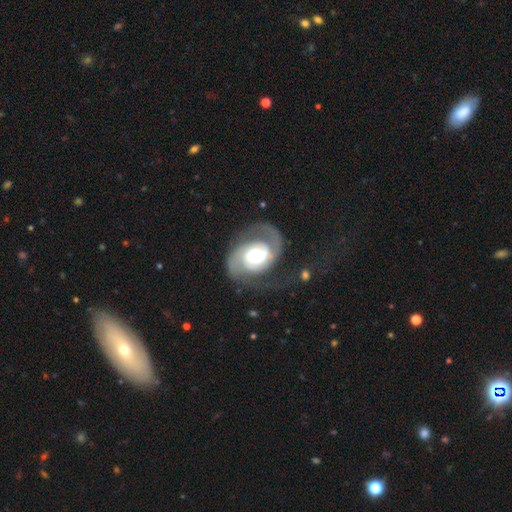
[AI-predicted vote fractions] This is clearly a featured or disk galaxy (87%). It is clearly not viewed edge-on (98%). Bar: possibly no (55%). Spiral arm pattern: clearly yes (96%). Spiral arm count: clearly 2 (80%). Spiral winding: possibly medium (46%). Central bulge: possibly moderate (48%). Merging: possibly none (57%).